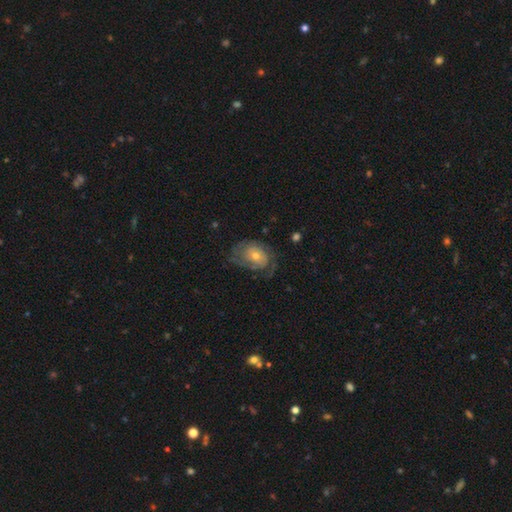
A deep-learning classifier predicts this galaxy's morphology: smooth-or-featured: featured or disk: 72% | smooth: 21% | star or artifact: 7%
  disk-edge-on: no: 97% | yes: 3%
    bar: no: 76% | weak: 20% | strong: 4%
    has-spiral-arms: yes: 88% | no: 12%
      spiral-winding: tight: 49% | medium: 35% | loose: 16%
      spiral-arm-count: 2: 36% | can't tell: 33% | 3: 14% | 1: 9% | 4: 5% | more than 4: 4%
    bulge-size: small: 50% | moderate: 44% | large: 3% | none: 1% | dominant: 1%
  merging: none: 59% | minor disturbance: 22% | major disturbance: 18% | merger: 1%